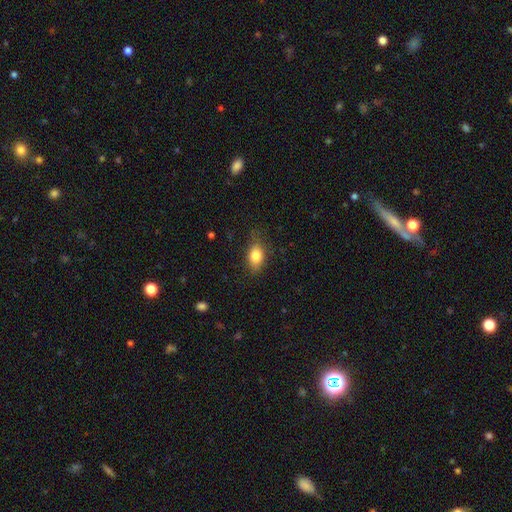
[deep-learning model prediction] This is clearly a smooth galaxy (82%). How rounded: clearly in between (83%). Merging: likely none (75%).